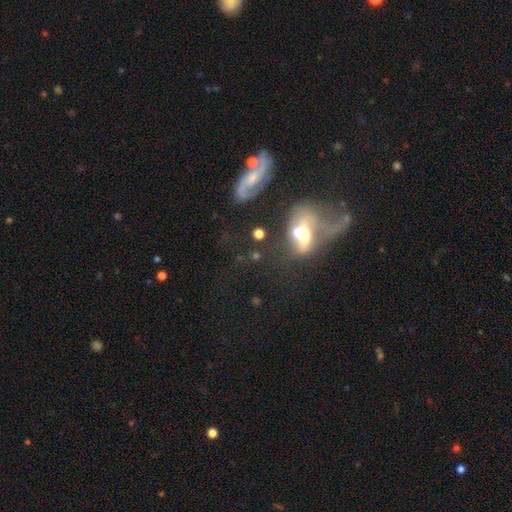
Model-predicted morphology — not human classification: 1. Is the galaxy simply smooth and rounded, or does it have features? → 47% featured or disk, 35% smooth, 18% star or artifact.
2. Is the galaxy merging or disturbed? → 37% merger, 29% none, 21% major disturbance, 13% minor disturbance.